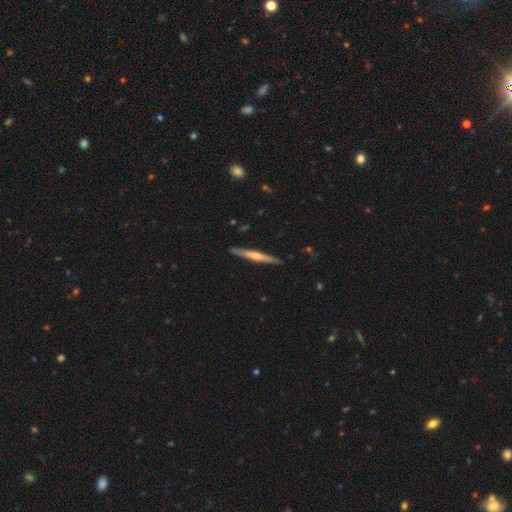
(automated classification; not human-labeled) The model was most divided on "smooth or featured": featured or disk: 56%, smooth: 38%, star or artifact: 5%. More confident: edge-on disk — yes (97%); merging — none (90%); edge-on bulge — rounded (55%).